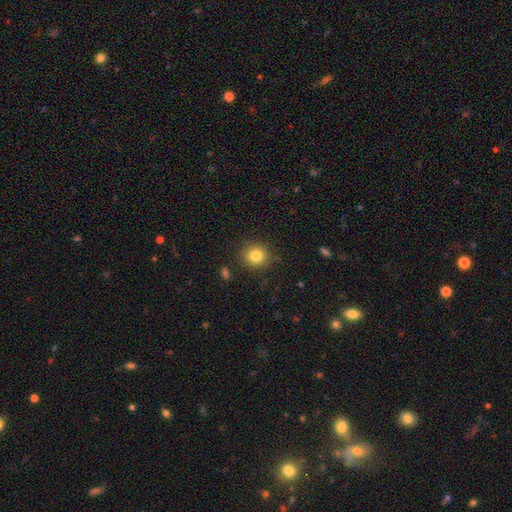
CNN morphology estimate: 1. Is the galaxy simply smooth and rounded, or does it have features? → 83% smooth, 11% star or artifact, 6% featured or disk.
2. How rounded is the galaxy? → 89% round, 10% in between, 1% cigar-shaped.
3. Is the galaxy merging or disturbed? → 88% none, 8% minor disturbance, 3% major disturbance, 2% merger.